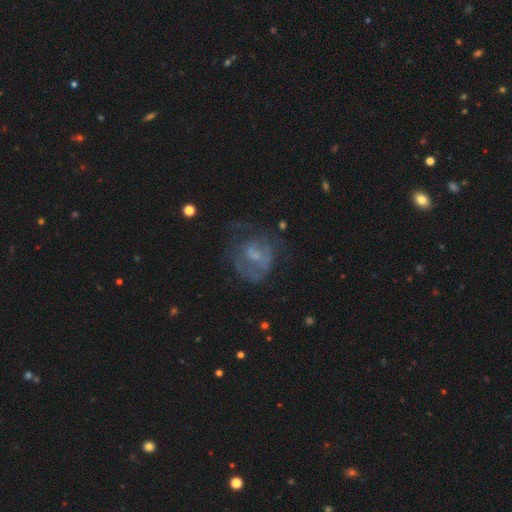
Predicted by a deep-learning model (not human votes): The model was most divided on "spiral arms": no: 51%, yes: 49%. Remaining: edge-on disk — no (97%); bar — no (66%); smooth or featured — featured or disk (58%); merging — none (45%); bulge size — small (38%).